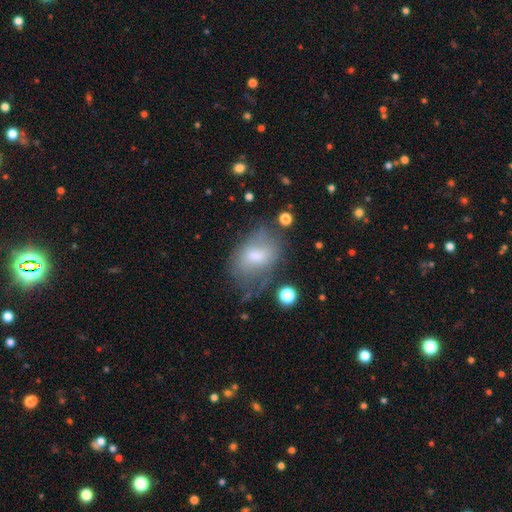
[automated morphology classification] smooth_or_featured: smooth (p=0.58) [alt: featured or disk p=0.31]
how_rounded: in between (p=0.82) [alt: round p=0.16]
merging: none (p=0.45) [alt: minor disturbance p=0.30]